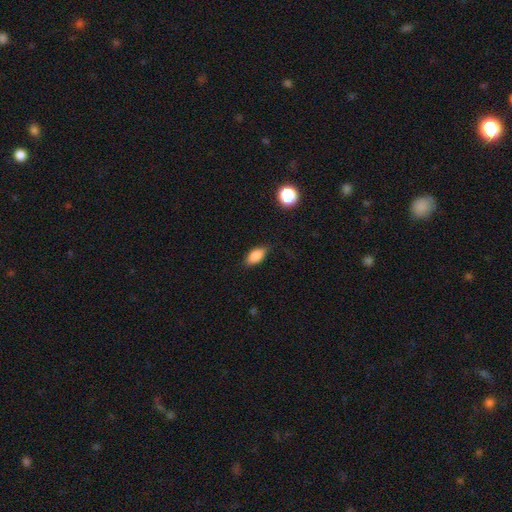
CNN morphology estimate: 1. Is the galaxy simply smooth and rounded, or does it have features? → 82% smooth, 10% featured or disk, 8% star or artifact.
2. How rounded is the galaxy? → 86% in between, 8% cigar-shaped, 6% round.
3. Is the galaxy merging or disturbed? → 80% none, 16% minor disturbance, 3% major disturbance, 1% merger.